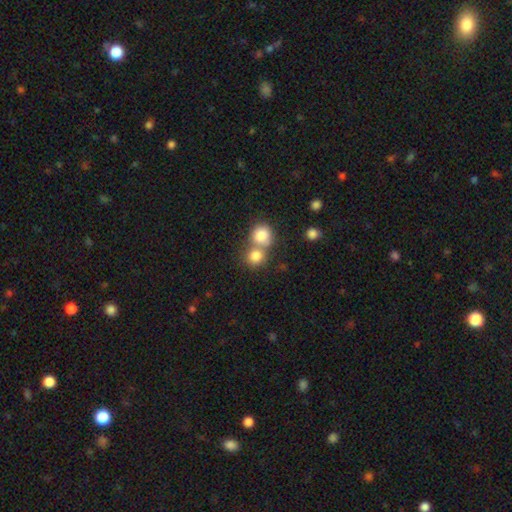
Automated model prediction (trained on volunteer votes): Morphology: type=smooth (82%); roundness=round (84%); merging=merger (49%).